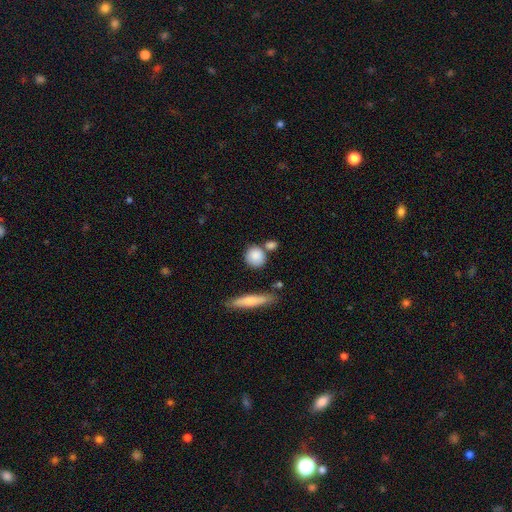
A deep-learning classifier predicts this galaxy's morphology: The model was most divided on "merging": none: 67%, merger: 17%, minor disturbance: 12%, major disturbance: 4%. More confident: smooth or featured — smooth (84%); how rounded — round (79%).